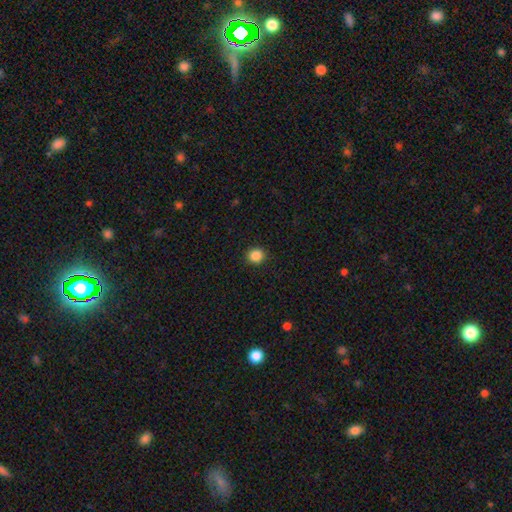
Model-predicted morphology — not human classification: Q: Smooth or featured?
A: smooth (87%); runner-up: star or artifact (10%)
Q: How rounded?
A: round (90%); runner-up: in between (9%)
Q: Merging?
A: none (92%); runner-up: minor disturbance (6%)